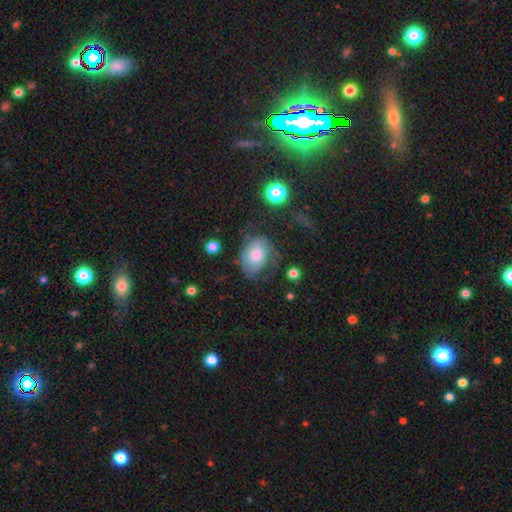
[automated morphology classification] Q: Smooth or featured?
A: featured or disk (48%); runner-up: smooth (43%)
Q: Merging?
A: none (47%); runner-up: minor disturbance (27%)